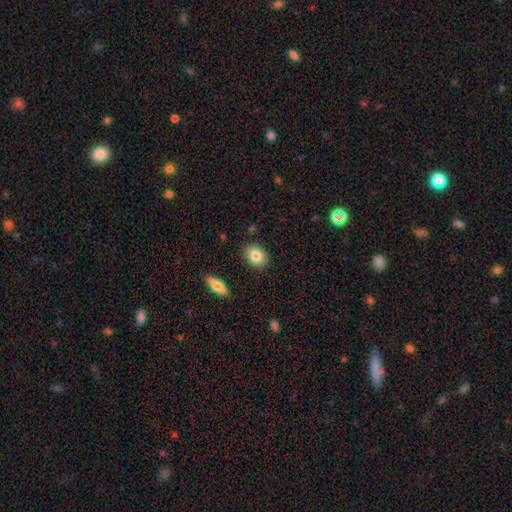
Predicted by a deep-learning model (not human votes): The model was most divided on "how rounded": in between: 70%, round: 29%, cigar-shaped: 2%. More confident: merging — none (86%); smooth or featured — smooth (82%).